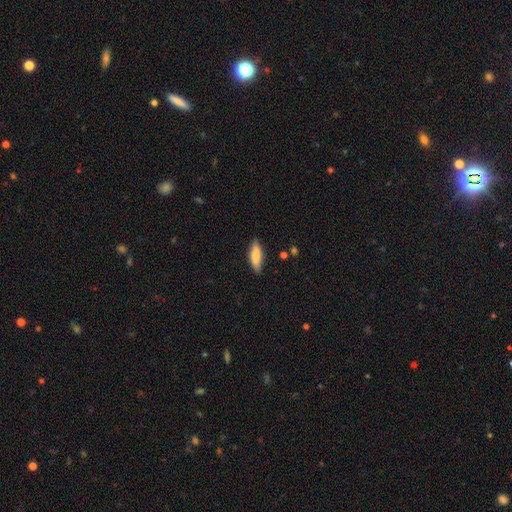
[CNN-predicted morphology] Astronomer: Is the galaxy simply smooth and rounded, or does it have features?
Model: smooth — 78%.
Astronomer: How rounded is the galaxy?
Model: cigar-shaped — 49%, tied with in between at 49%.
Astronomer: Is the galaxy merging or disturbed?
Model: none — 82%.